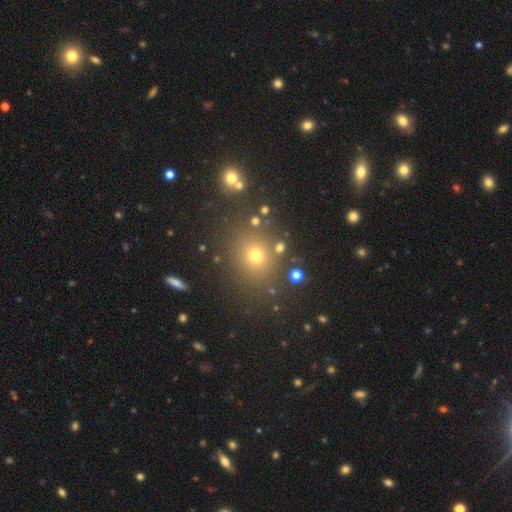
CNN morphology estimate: This appears to be a smooth galaxy with no disk features (58%) that is round (72%). Merging: none (82%).